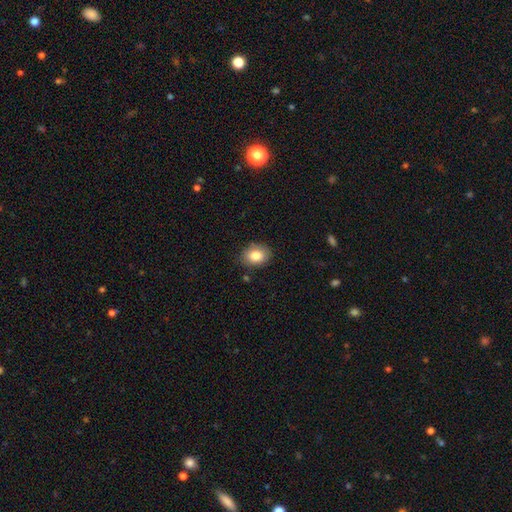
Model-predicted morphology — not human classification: This is clearly a smooth galaxy (84%). How rounded: likely in between (64%). Merging: clearly none (84%).